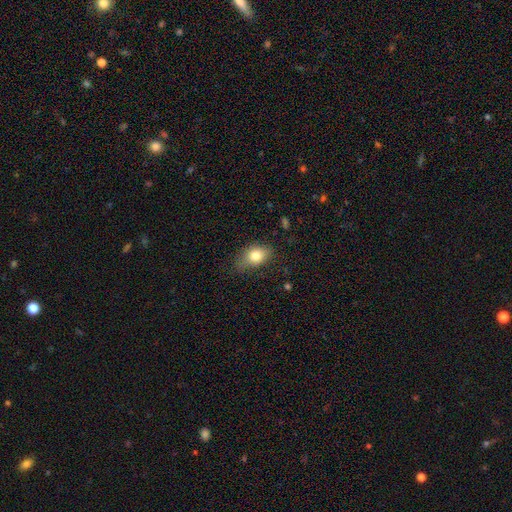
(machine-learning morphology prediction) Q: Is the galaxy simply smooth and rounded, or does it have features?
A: smooth — 77%.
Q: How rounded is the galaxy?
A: in between — 76%.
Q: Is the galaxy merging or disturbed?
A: none — 62%.